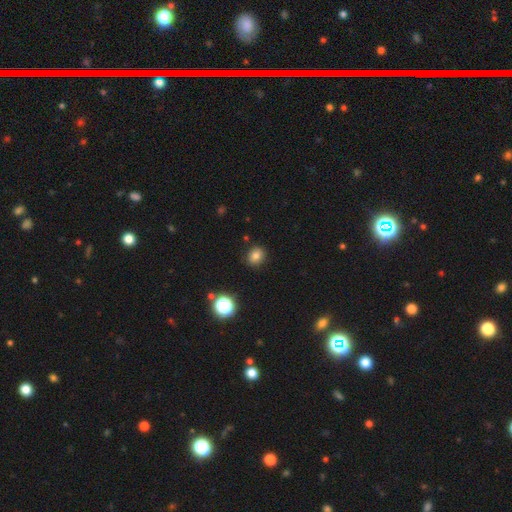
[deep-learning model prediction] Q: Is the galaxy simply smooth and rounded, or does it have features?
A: smooth — 78%.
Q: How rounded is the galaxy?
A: round — 65%.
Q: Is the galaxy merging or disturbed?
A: none — 88%.